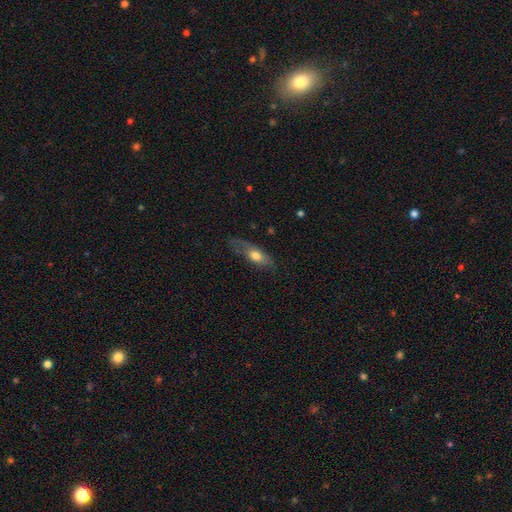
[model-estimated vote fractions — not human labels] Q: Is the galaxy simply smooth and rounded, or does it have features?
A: smooth — 62%.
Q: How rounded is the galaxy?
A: in between — 66%.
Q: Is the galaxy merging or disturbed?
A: none — 55%.